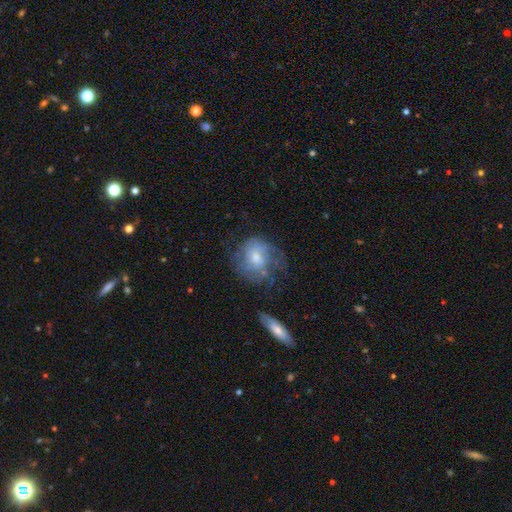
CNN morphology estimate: smooth-or-featured: featured or disk: 57% | smooth: 33% | star or artifact: 9%
  disk-edge-on: no: 96% | yes: 4%
    bar: no: 69% | weak: 27% | strong: 5%
    has-spiral-arms: yes: 77% | no: 23%
    bulge-size: moderate: 49% | small: 42% | large: 5% | none: 3% | dominant: 1%
  merging: none: 55% | minor disturbance: 23% | major disturbance: 17% | merger: 4%